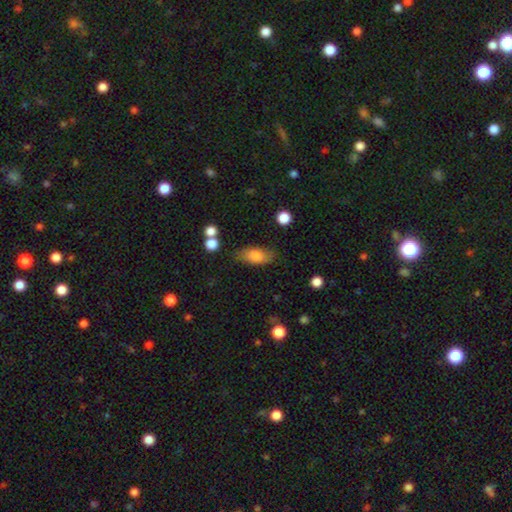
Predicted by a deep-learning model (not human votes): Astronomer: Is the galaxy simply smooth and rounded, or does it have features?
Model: smooth — 81%.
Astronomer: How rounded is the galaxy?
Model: in between — 85%.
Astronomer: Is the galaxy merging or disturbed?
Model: none — 75%.